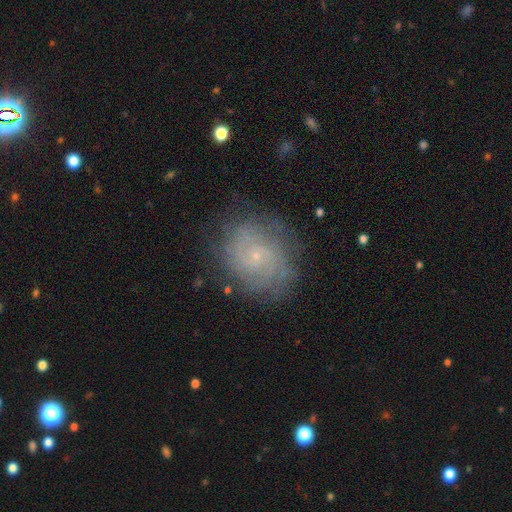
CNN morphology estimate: The model was most divided on "spiral arm count": can't tell: 40%, 2: 28%, 3: 13%, 4: 8%, more than 4: 6%, 1: 6%. More confident: edge-on disk — no (97%); spiral arms — yes (91%); bulge size — small (85%); merging — none (78%); smooth or featured — featured or disk (71%); bar — no (71%); spiral winding — tight (59%).